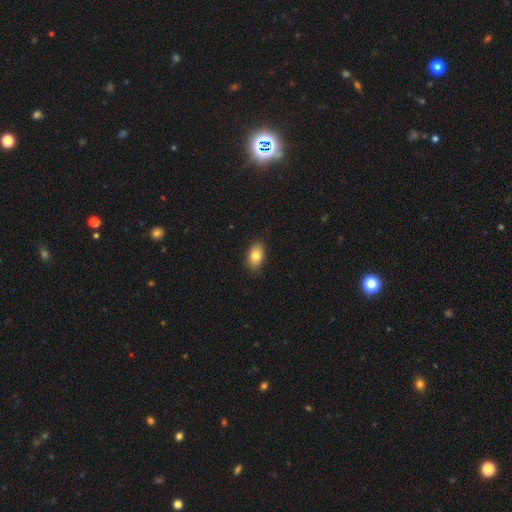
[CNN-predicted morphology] smooth 82%, featured or disk 10%, star or artifact 8%. Down the decision tree: how rounded — in between (87%); merging — none (82%).